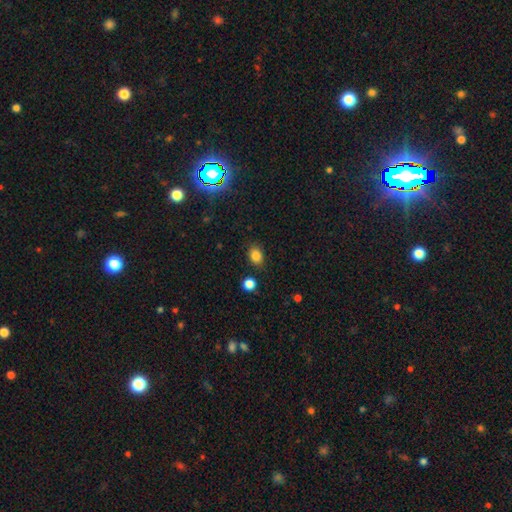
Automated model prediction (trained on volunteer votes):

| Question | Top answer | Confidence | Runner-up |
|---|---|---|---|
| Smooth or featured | smooth | 83% | star or artifact (12%) |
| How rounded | in between | 61% | round (38%) |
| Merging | none | 83% | minor disturbance (11%) |